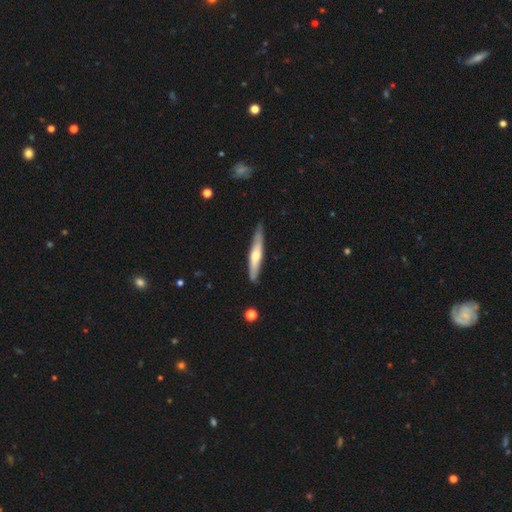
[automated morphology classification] This appears to be a featured or disk galaxy (49%). Merging: none (82%).